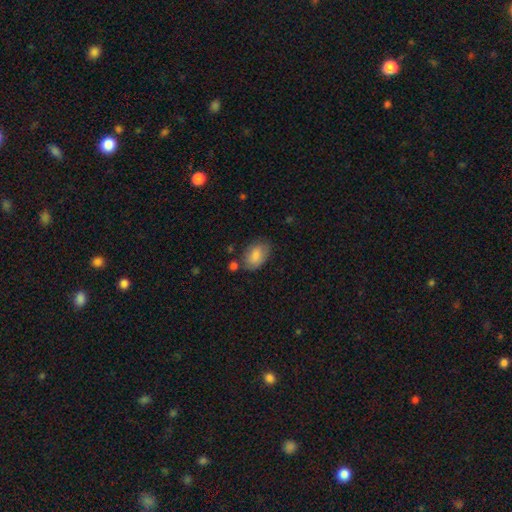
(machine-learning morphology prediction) smooth 82%, featured or disk 10%, star or artifact 7%. Down the decision tree: how rounded — in between (89%); merging — none (70%).